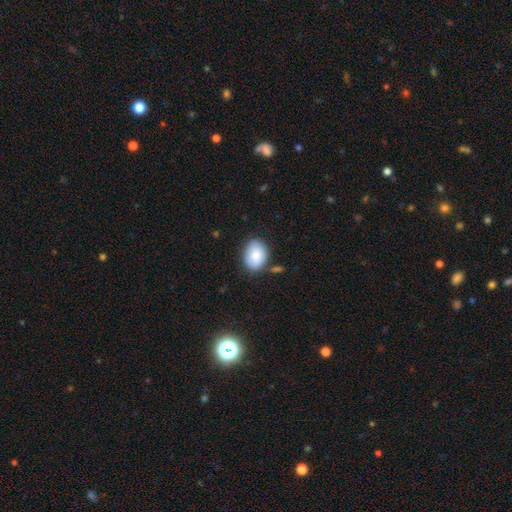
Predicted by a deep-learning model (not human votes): Q: Smooth or featured?
A: smooth (84%); runner-up: featured or disk (9%)
Q: How rounded?
A: in between (72%); runner-up: round (28%)
Q: Merging?
A: none (74%); runner-up: minor disturbance (17%)